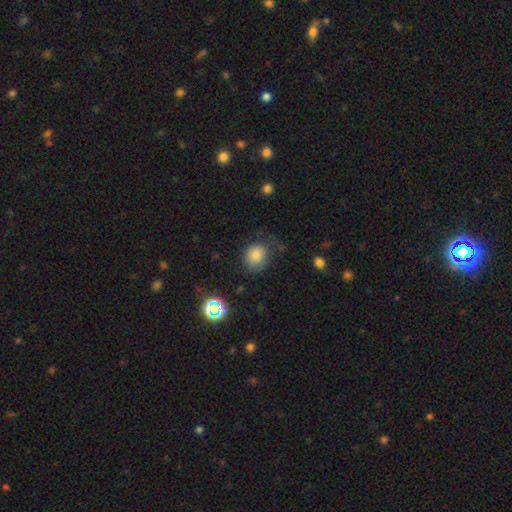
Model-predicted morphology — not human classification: A smooth galaxy with no disk features (79%) that is round (65%). Merging: none (56%).